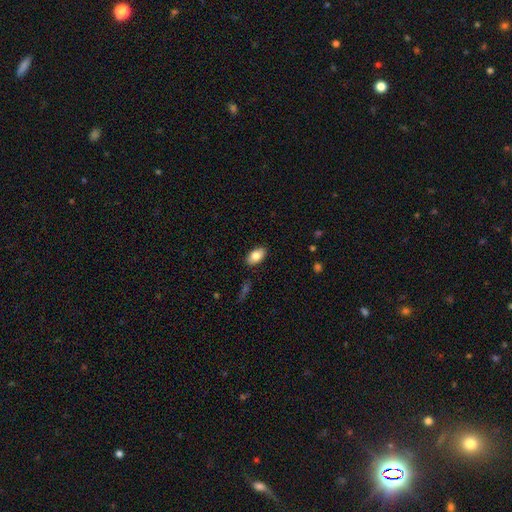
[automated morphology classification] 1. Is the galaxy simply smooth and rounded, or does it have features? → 81% smooth, 12% featured or disk, 7% star or artifact.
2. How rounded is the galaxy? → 94% in between, 4% round, 2% cigar-shaped.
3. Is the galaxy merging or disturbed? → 88% none, 9% minor disturbance, 2% major disturbance, 1% merger.